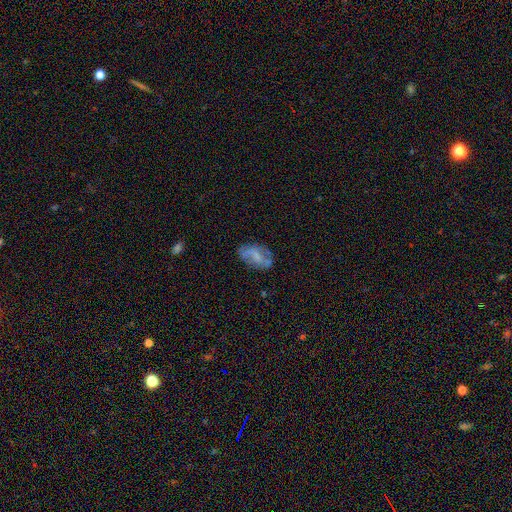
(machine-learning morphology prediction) Smooth or featured? Predicted: featured or disk (p=0.46). Merging? Predicted: none (p=0.57).